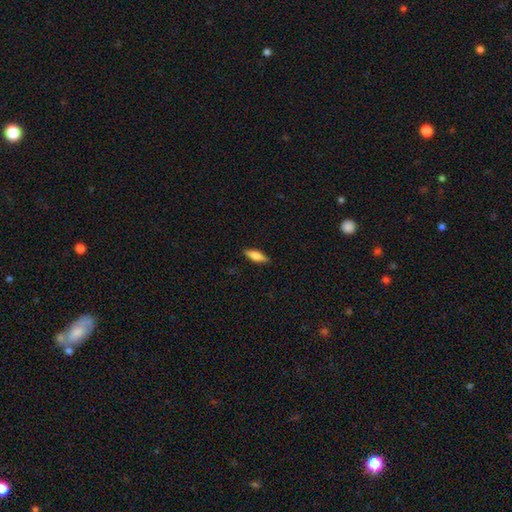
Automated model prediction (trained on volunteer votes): Smooth or featured? smooth (68%)
How rounded? in between (52%)
Merging? none (89%)